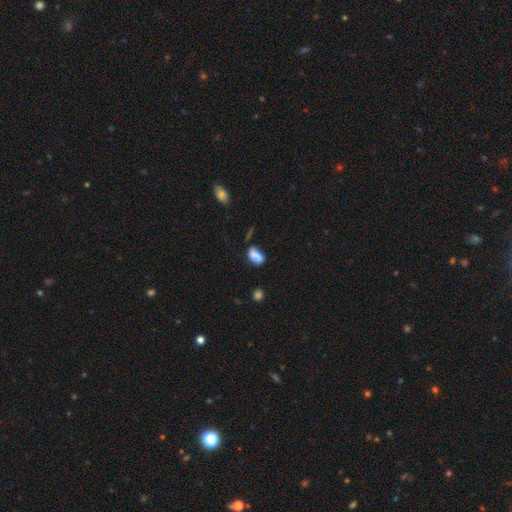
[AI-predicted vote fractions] Smooth or featured? smooth (68%)
How rounded? in between (86%)
Merging? none (43%)